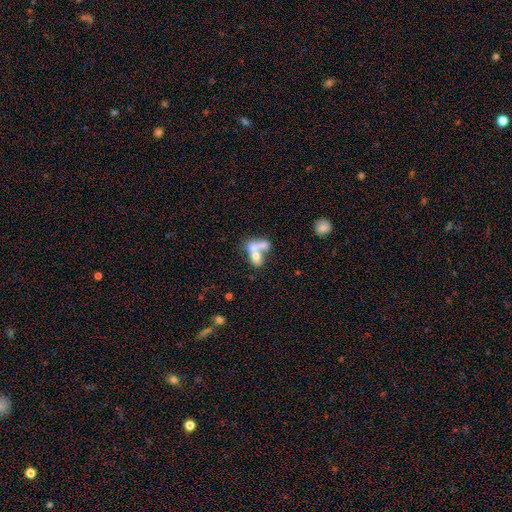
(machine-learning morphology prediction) Smooth or featured? Predicted: smooth (p=0.60). How rounded? Predicted: in between (p=0.65). Merging? Predicted: merger (p=0.69).